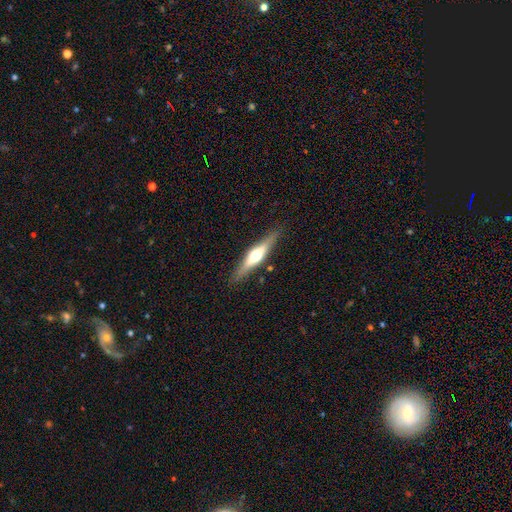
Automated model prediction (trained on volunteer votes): A featured or disk galaxy (64%) viewed edge-on (96%) with a rounded central bulge (91%). Merging: none (88%).